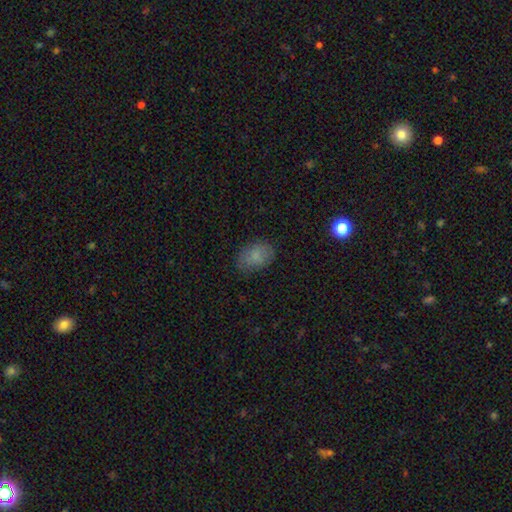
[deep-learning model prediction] This appears to be a smooth galaxy with no disk features (80%) that is in between round and cigar-shaped (82%). Merging: none (75%).